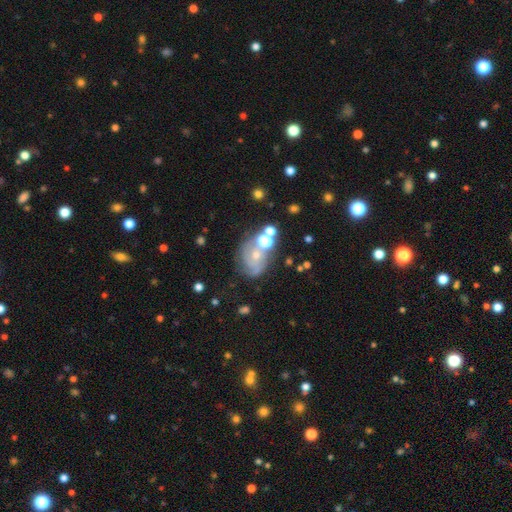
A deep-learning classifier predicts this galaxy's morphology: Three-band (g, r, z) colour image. It shows a featured or disk galaxy (53%) with no bar (75%), spiral arms (76%) and a small central bulge (55%). Merging: none (46%).